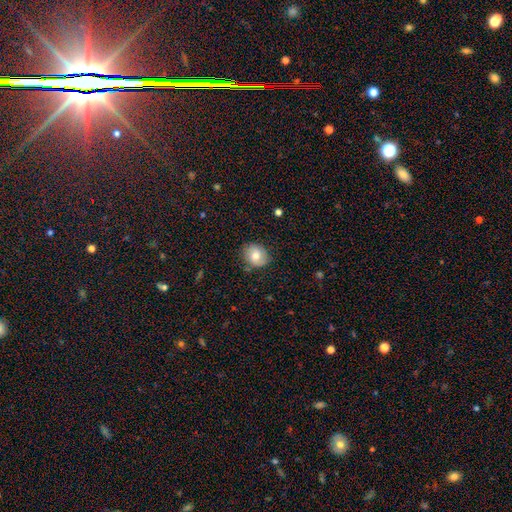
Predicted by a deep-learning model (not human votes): Overall: smooth (71%). How rounded: round (70%; in between 30%). Merging: none (80%).